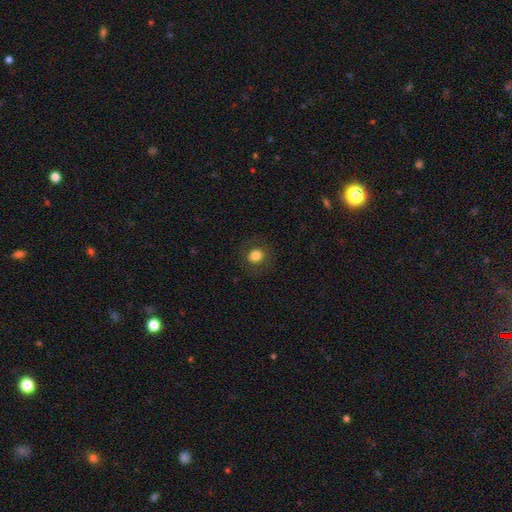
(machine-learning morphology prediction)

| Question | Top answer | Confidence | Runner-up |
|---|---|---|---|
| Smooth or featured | smooth | 79% | star or artifact (10%) |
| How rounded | round | 86% | in between (13%) |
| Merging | none | 87% | minor disturbance (8%) |